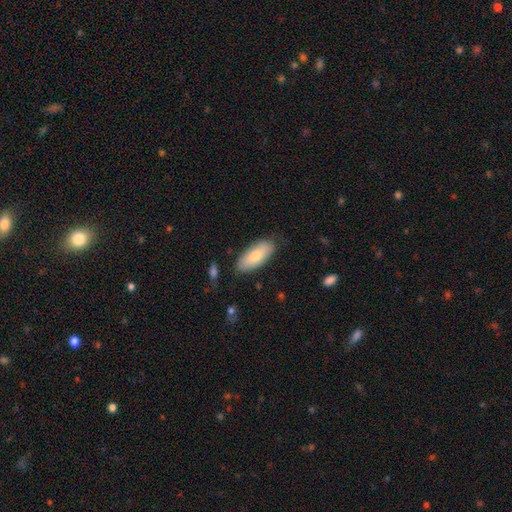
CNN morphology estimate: Overall: smooth (76%). How rounded: in between (85%). Merging: none (79%).